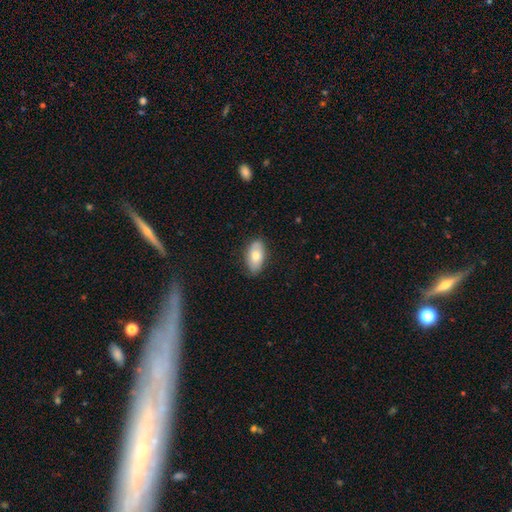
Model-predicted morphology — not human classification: The model was most divided on "smooth or featured": smooth: 72%, featured or disk: 21%, star or artifact: 7%. More confident: how rounded — in between (92%); merging — none (81%).